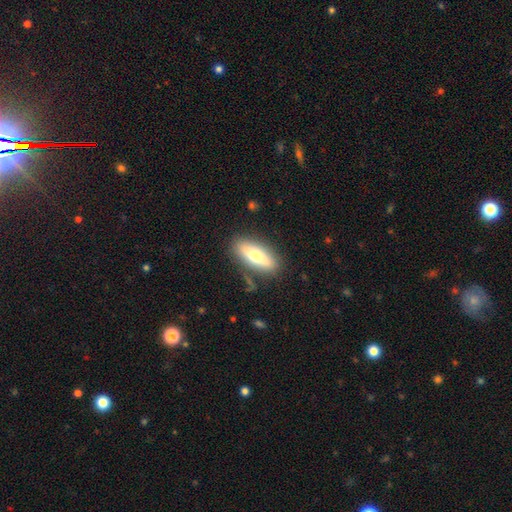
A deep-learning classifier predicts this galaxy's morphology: Smooth or featured? smooth (54%)
How rounded? in between (56%)
Merging? none (82%)